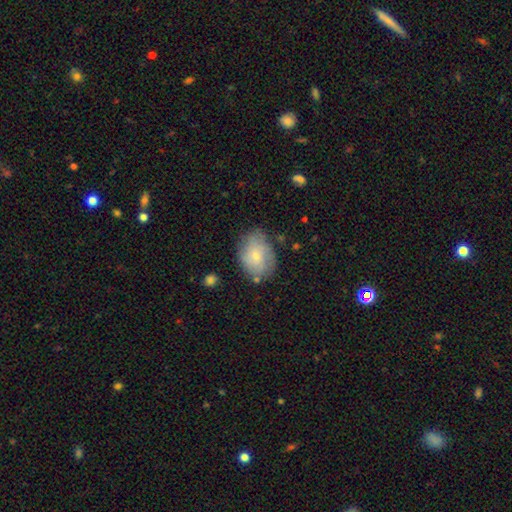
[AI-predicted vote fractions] Morphology: type=smooth (57%); roundness=in between (67%); merging=none (69%).